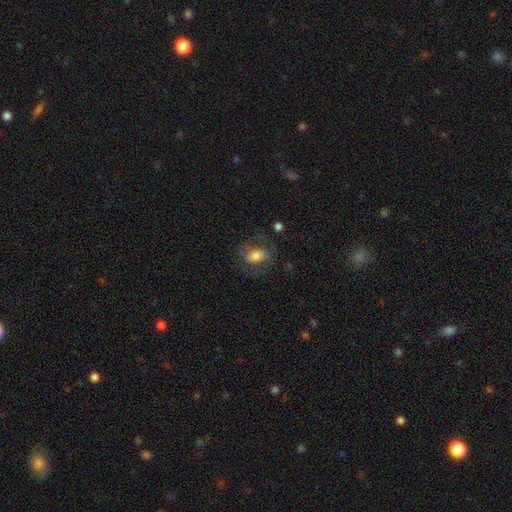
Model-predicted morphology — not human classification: Smooth or featured: smooth — 62% (featured or disk — 30%)
How rounded: in between — 70% (round — 29%)
Merging: none — 57% (minor disturbance — 21%)